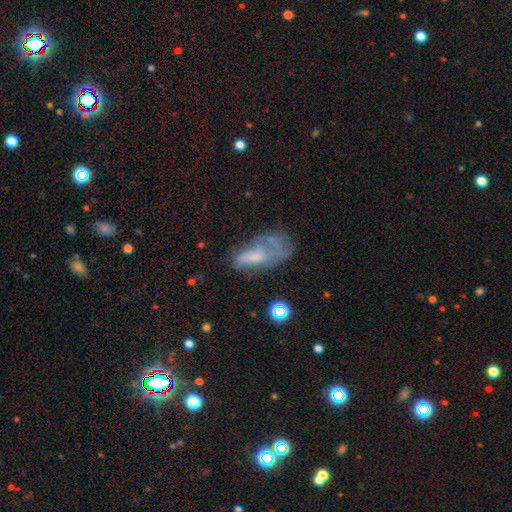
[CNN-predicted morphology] Smooth or featured?
  - smooth: 44% *
  - featured or disk: 43%
  - star or artifact: 13%
Merging?
  - major disturbance: 38% *
  - none: 28%
  - minor disturbance: 23%
  - merger: 12%